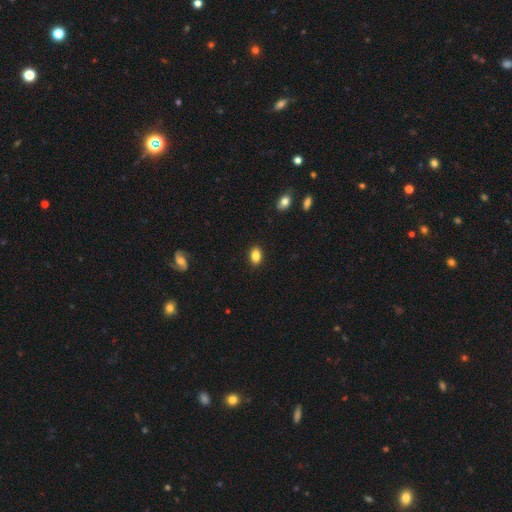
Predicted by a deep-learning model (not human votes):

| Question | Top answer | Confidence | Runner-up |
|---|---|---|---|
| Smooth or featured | smooth | 86% | star or artifact (9%) |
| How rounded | in between | 85% | round (13%) |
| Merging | none | 88% | minor disturbance (9%) |